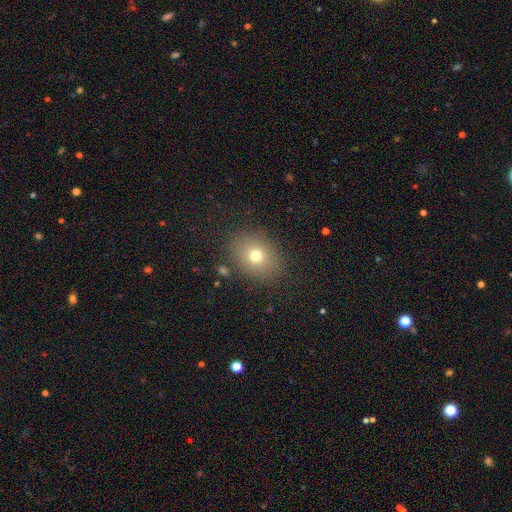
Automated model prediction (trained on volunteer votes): A smooth galaxy with no disk features (71%) that is round (55%). Merging: none (85%).